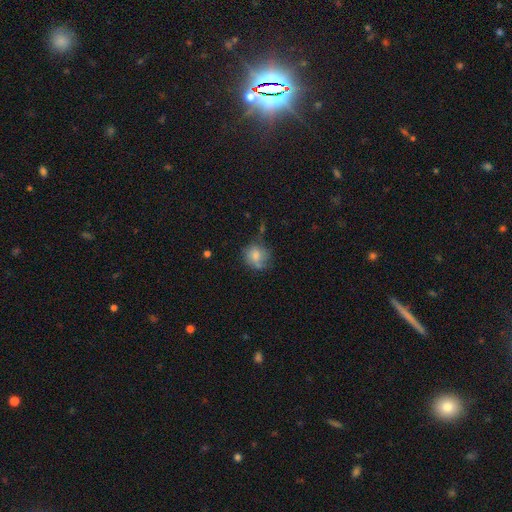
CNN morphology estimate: Smooth or featured?
  - smooth: 69% *
  - featured or disk: 21%
  - star or artifact: 10%
How rounded?
  - round: 78% *
  - in between: 21%
  - cigar-shaped: 1%
Merging?
  - none: 51% *
  - minor disturbance: 29%
  - major disturbance: 14%
  - merger: 5%